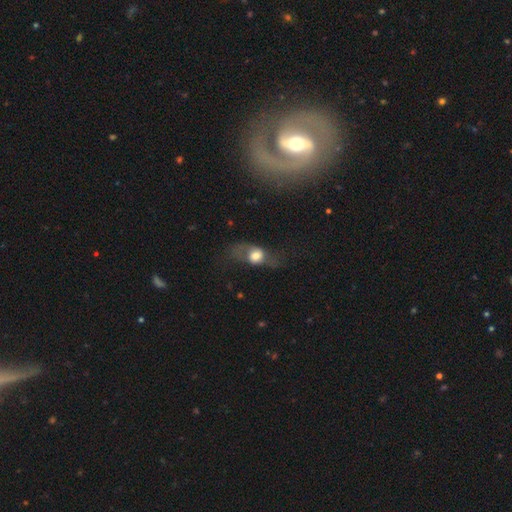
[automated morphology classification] A smooth galaxy with no disk features (48%).

Vote fractions:
- Smooth or featured? smooth: 48% / featured or disk: 42% / star or artifact: 10%
- Merging? none: 54% / major disturbance: 23% / minor disturbance: 20% / merger: 3%